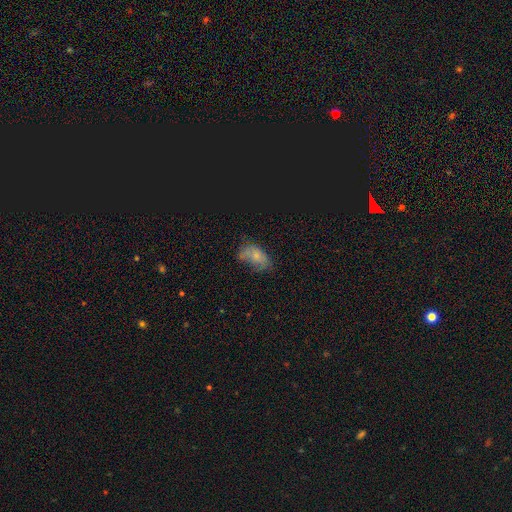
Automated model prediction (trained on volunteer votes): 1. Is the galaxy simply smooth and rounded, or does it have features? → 62% smooth, 20% featured or disk, 18% star or artifact.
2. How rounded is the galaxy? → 90% in between, 8% round, 2% cigar-shaped.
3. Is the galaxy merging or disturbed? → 39% none, 33% minor disturbance, 23% major disturbance, 5% merger.